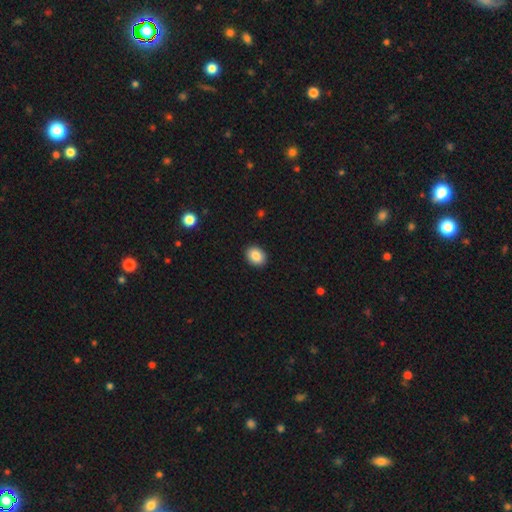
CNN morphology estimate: The model was most divided on "how rounded": in between: 55%, round: 44%, cigar-shaped: 1%. More confident: merging — none (92%); smooth or featured — smooth (86%).